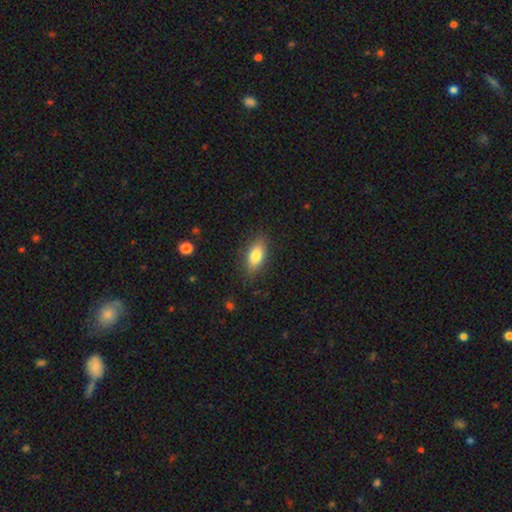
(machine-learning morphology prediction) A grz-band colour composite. It shows a smooth galaxy with no disk features (81%) that is in between round and cigar-shaped (85%). Merging: none (83%).